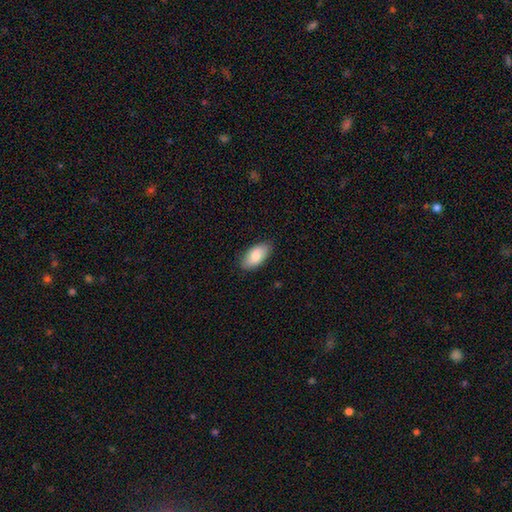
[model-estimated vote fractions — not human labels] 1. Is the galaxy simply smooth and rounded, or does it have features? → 83% smooth, 11% featured or disk, 6% star or artifact.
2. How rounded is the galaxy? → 94% in between, 4% cigar-shaped, 2% round.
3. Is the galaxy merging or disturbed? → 86% none, 11% minor disturbance, 2% major disturbance, 1% merger.